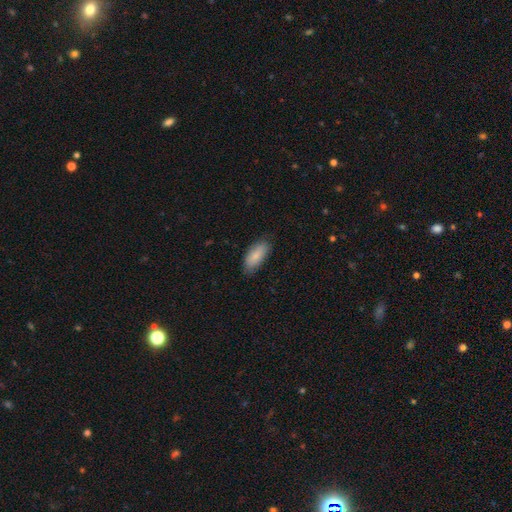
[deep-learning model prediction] smooth 85%, featured or disk 9%, star or artifact 6%. Down the decision tree: how rounded — in between (85%); merging — none (80%).